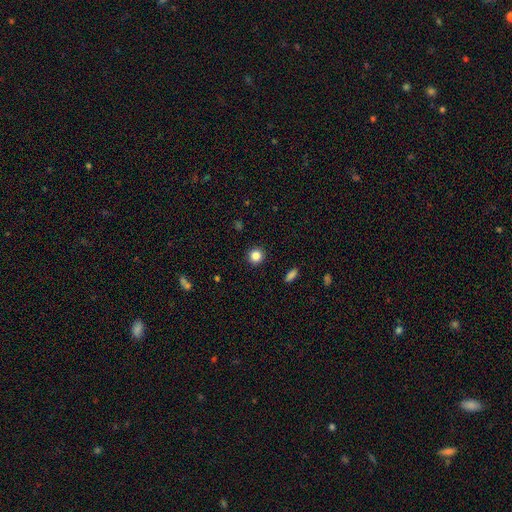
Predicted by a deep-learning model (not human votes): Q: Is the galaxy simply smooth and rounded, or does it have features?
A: smooth — 85%.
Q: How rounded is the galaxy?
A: round — 93%.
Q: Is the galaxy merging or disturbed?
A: none — 92%.